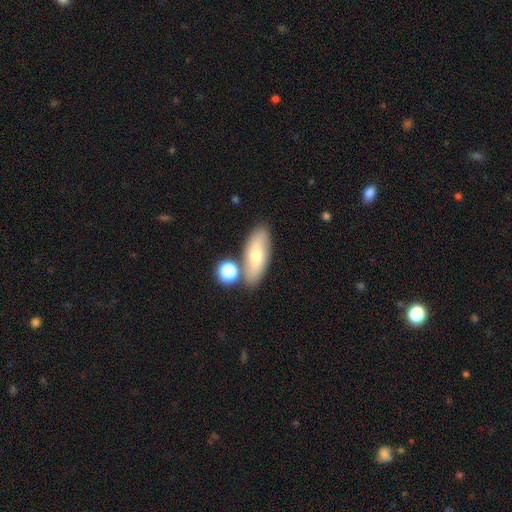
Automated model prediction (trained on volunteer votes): Smooth or featured? Predicted: smooth (p=0.60). How rounded? Predicted: in between (p=0.68). Merging? Predicted: none (p=0.74).